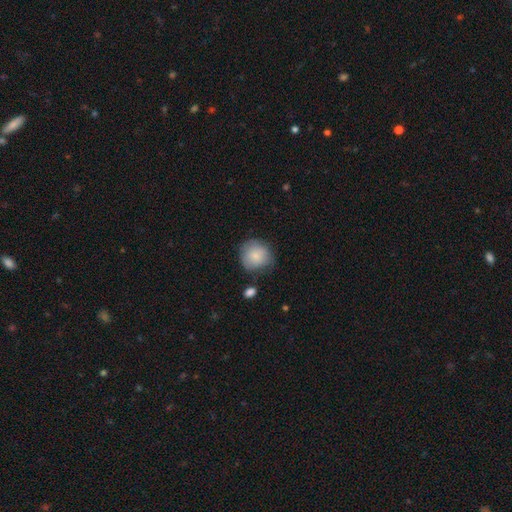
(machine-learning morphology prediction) This is clearly a smooth galaxy (83%). How rounded: clearly round (88%). Merging: likely none (67%).